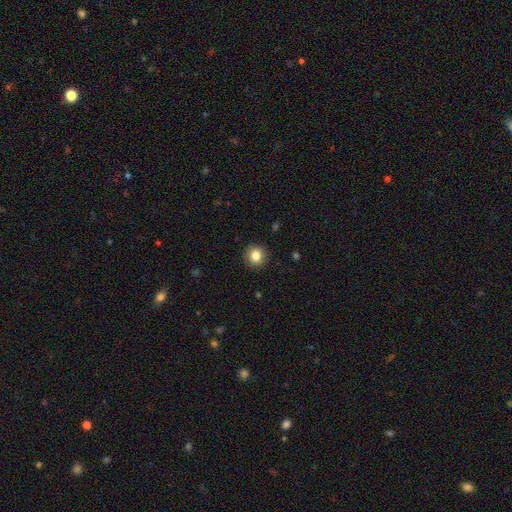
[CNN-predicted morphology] A smooth galaxy with no disk features (84%) that is round (90%).

Vote fractions:
- Smooth or featured? smooth: 84% / star or artifact: 10% / featured or disk: 6%
- How rounded? round: 90% / in between: 9% / cigar-shaped: 1%
- Merging? none: 91% / minor disturbance: 6% / major disturbance: 2% / merger: 1%